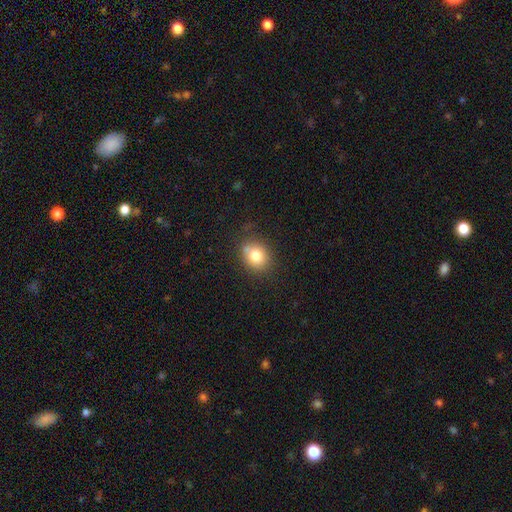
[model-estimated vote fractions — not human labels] This is likely a smooth galaxy (79%). How rounded: likely round (69%). Merging: likely none (73%).